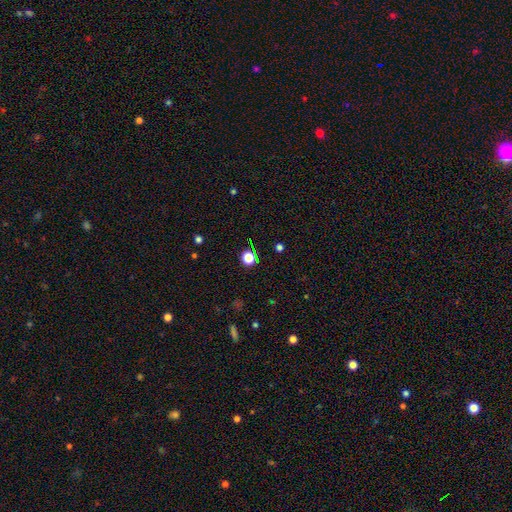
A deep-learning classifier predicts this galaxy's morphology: Smooth or featured: star or artifact — 55% (smooth — 36%)